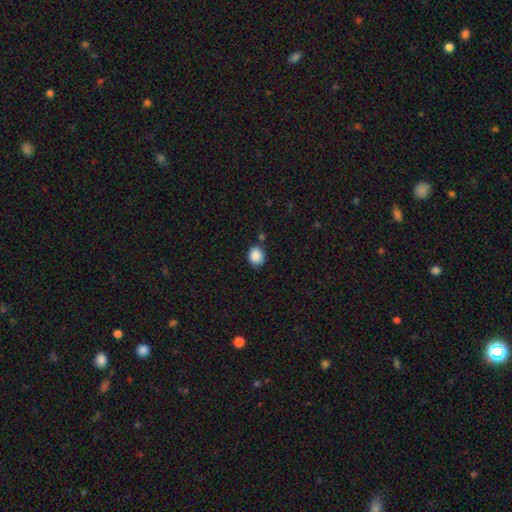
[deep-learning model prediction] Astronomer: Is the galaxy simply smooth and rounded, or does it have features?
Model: smooth — 89%.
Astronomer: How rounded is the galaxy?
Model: round — 60% (runner-up: in between, 39%).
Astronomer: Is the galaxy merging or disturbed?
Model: none — 79%.